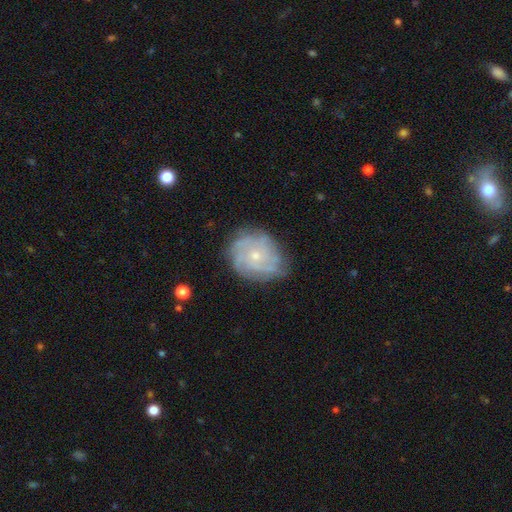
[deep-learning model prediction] Smooth or featured?
  - featured or disk: 75% *
  - smooth: 17%
  - star or artifact: 8%
Edge-on disk?
  - no: 97% *
  - yes: 3%
Bar?
  - no: 80% *
  - weak: 18%
  - strong: 2%
Spiral arms?
  - yes: 90% *
  - no: 10%
Spiral winding?
  - tight: 61% *
  - medium: 30%
  - loose: 9%
Spiral arm count?
  - can't tell: 39% *
  - 4: 20%
  - 3: 17%
  - 2: 10%
  - more than 4: 8%
  - 1: 6%
Bulge size?
  - small: 69% *
  - moderate: 27%
  - none: 2%
  - large: 1%
  - dominant: 1%
Merging?
  - none: 72% *
  - minor disturbance: 20%
  - major disturbance: 6%
  - merger: 1%